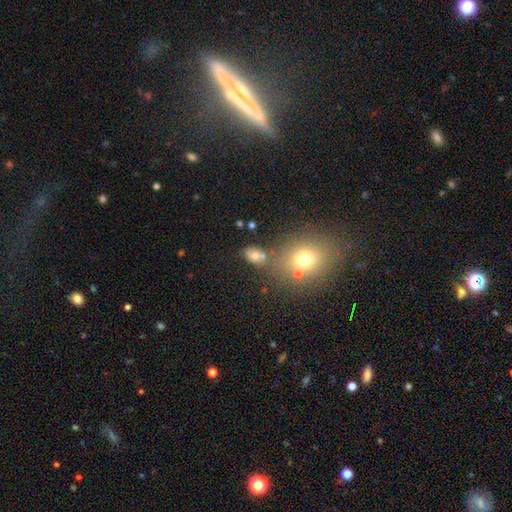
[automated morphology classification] This appears to be a smooth galaxy with no disk features (71%) that is in between round and cigar-shaped (73%). Merging: none (60%).